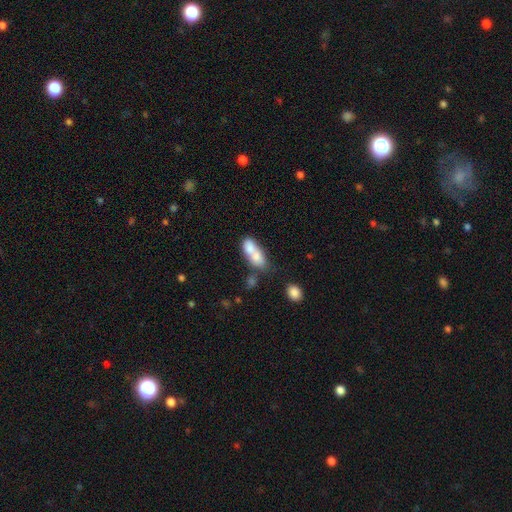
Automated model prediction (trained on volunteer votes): The model was most divided on "merging": merger: 66%, none: 20%, minor disturbance: 9%, major disturbance: 6%. More confident: how rounded — in between (74%); smooth or featured — smooth (69%).